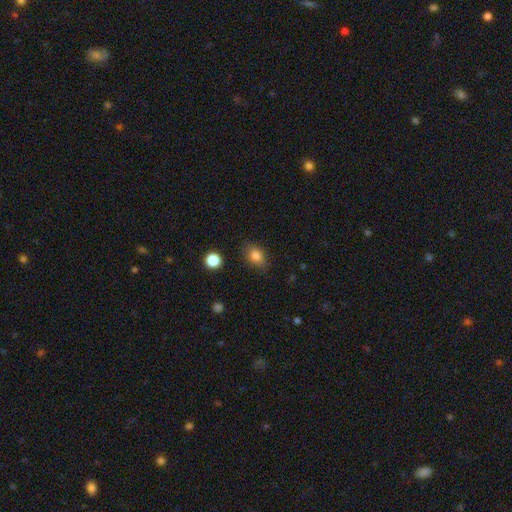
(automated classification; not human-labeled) smooth 83%, star or artifact 11%, featured or disk 7%. Down the decision tree: how rounded — in between (70%); merging — none (79%).